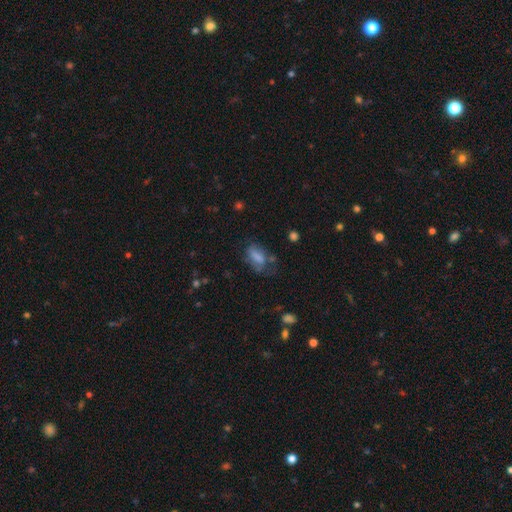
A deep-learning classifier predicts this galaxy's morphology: smooth 61%, featured or disk 23%, star or artifact 15%. Down the decision tree: how rounded — in between (82%); merging — none (45%).